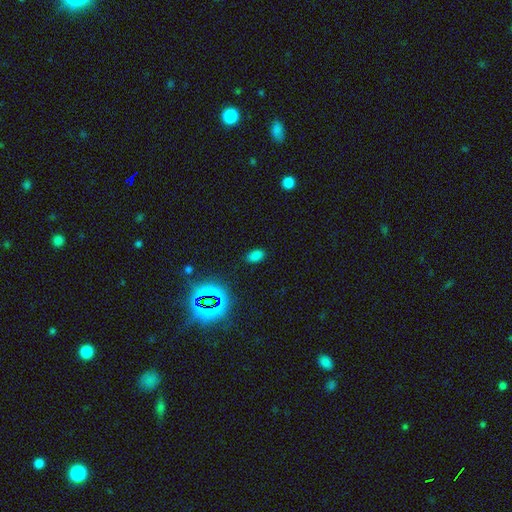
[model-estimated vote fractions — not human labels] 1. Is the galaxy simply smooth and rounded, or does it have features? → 70% smooth, 25% star or artifact, 5% featured or disk.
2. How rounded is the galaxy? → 88% in between, 10% round, 2% cigar-shaped.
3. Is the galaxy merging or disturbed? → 84% none, 11% minor disturbance, 3% major disturbance, 2% merger.